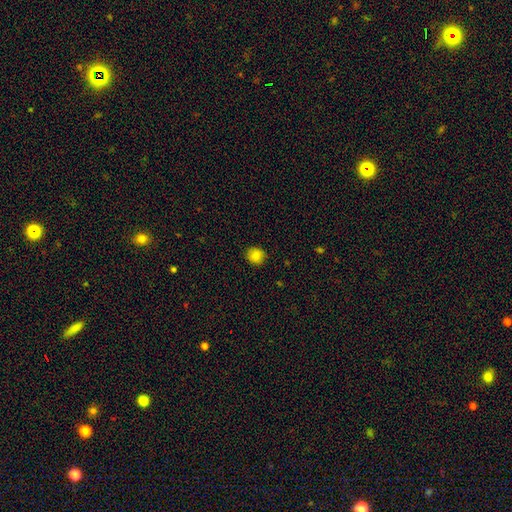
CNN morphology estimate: Smooth or featured?
  - smooth: 84% *
  - star or artifact: 11%
  - featured or disk: 6%
How rounded?
  - round: 85% *
  - in between: 14%
  - cigar-shaped: 1%
Merging?
  - none: 89% *
  - minor disturbance: 8%
  - major disturbance: 2%
  - merger: 1%